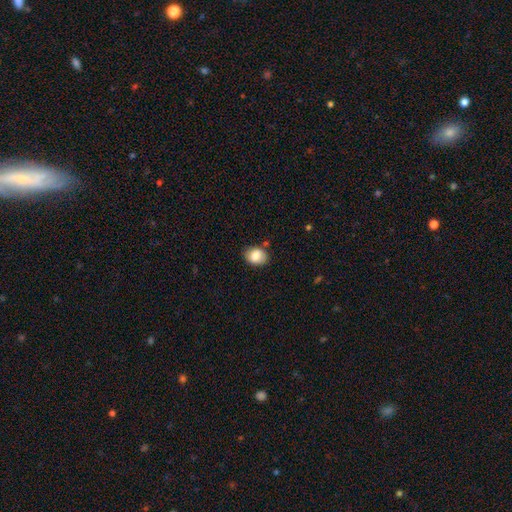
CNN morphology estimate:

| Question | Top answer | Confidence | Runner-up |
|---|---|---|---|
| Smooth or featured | smooth | 80% | featured or disk (12%) |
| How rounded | in between | 59% | round (40%) |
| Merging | none | 76% | minor disturbance (17%) |